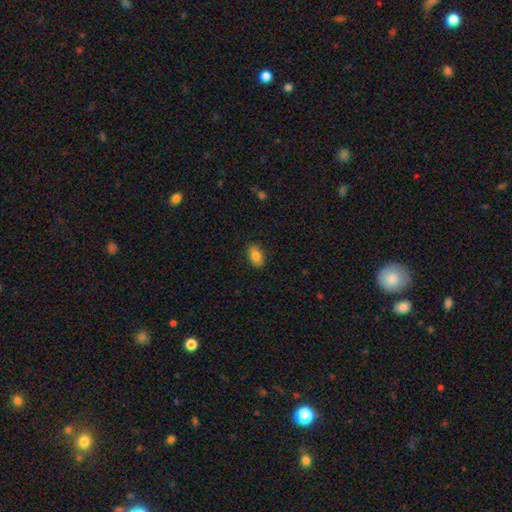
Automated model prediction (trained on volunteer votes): Smooth or featured? Predicted: smooth (p=0.81). How rounded? Predicted: in between (p=0.88). Merging? Predicted: none (p=0.86).